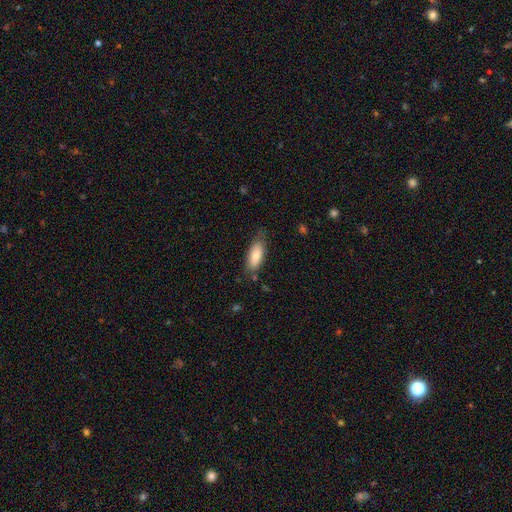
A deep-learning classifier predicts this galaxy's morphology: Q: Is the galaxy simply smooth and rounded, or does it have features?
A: smooth — 79%.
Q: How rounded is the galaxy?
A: in between — 78%.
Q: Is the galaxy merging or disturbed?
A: none — 71%.